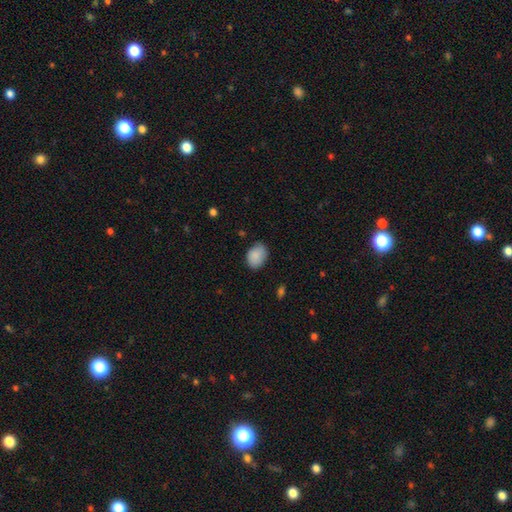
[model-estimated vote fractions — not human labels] The model was most divided on "how rounded": in between: 74%, round: 25%, cigar-shaped: 1%. More confident: smooth or featured — smooth (88%); merging — none (76%).